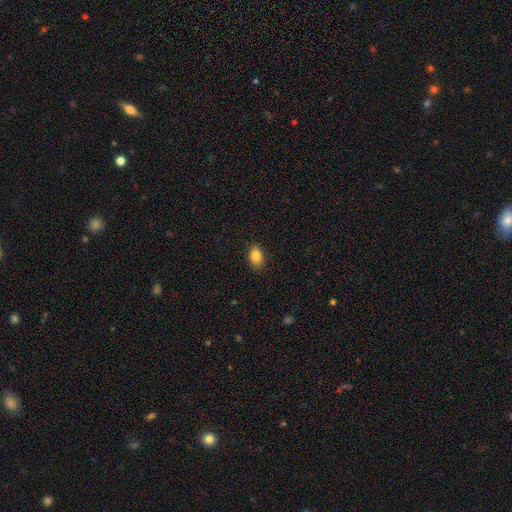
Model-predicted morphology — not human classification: This appears to be a smooth galaxy with no disk features (86%) that is in between round and cigar-shaped (86%). Merging: none (85%).